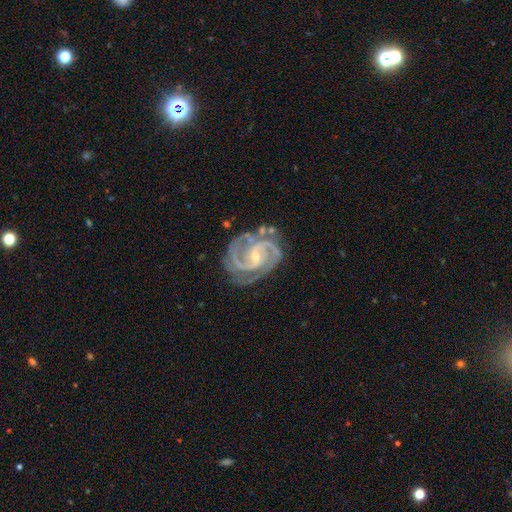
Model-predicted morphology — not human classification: Q: Smooth or featured?
A: featured or disk (93%); runner-up: star or artifact (4%)
Q: Edge-on disk?
A: no (98%); runner-up: yes (2%)
Q: Bar?
A: weak (45%); runner-up: no (41%)
Q: Spiral arms?
A: yes (99%); runner-up: no (1%)
Q: Spiral winding?
A: medium (48%); runner-up: tight (47%)
Q: Spiral arm count?
A: 2 (74%); runner-up: 3 (16%)
Q: Bulge size?
A: small (66%); runner-up: moderate (28%)
Q: Merging?
A: none (71%); runner-up: minor disturbance (19%)